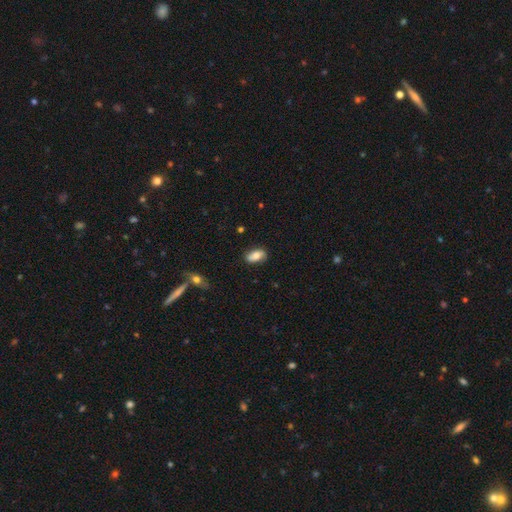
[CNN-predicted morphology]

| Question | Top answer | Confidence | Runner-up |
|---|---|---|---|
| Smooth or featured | smooth | 75% | featured or disk (18%) |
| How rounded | in between | 90% | round (6%) |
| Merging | none | 82% | minor disturbance (14%) |